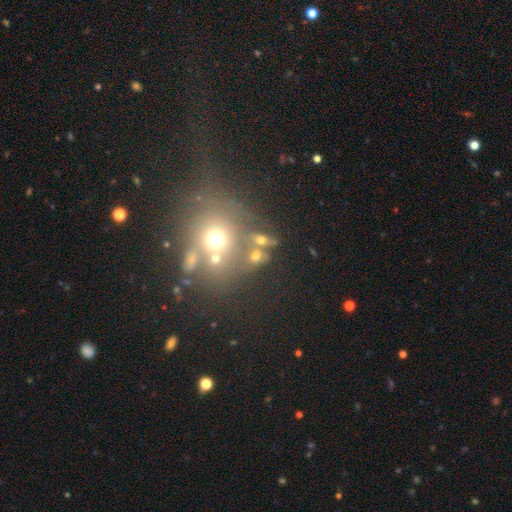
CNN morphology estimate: Smooth or featured?
  - smooth: 61% *
  - star or artifact: 21%
  - featured or disk: 19%
How rounded?
  - round: 55% *
  - in between: 40%
  - cigar-shaped: 5%
Merging?
  - none: 51% *
  - merger: 30%
  - minor disturbance: 11%
  - major disturbance: 8%